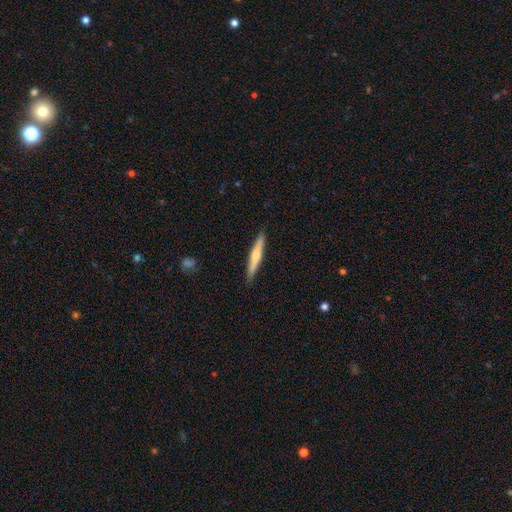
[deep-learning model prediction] Smooth or featured? Predicted: smooth (p=0.51). How rounded? Predicted: cigar-shaped (p=0.94). Merging? Predicted: none (p=0.90).